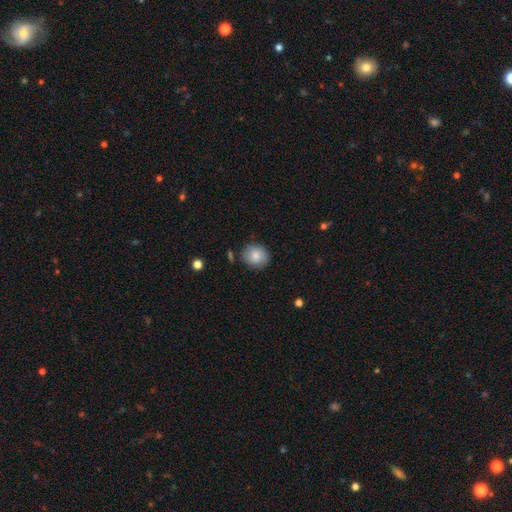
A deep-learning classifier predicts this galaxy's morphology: smooth_or_featured: smooth (p=0.84) [alt: featured or disk p=0.09]
how_rounded: round (p=0.80) [alt: in between p=0.19]
merging: none (p=0.83) [alt: minor disturbance p=0.12]